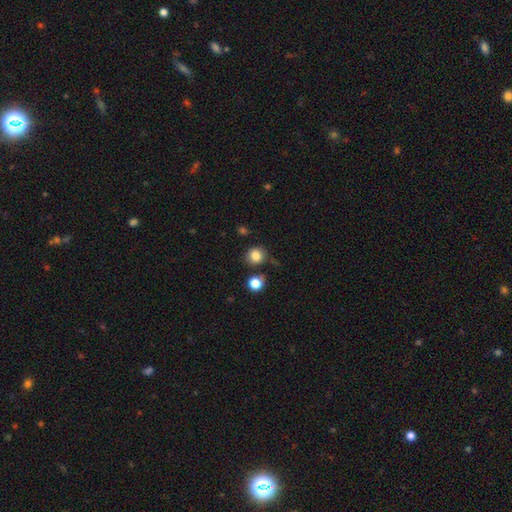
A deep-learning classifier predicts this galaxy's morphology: type=smooth (82%); roundness=round (86%); merging=none (76%).